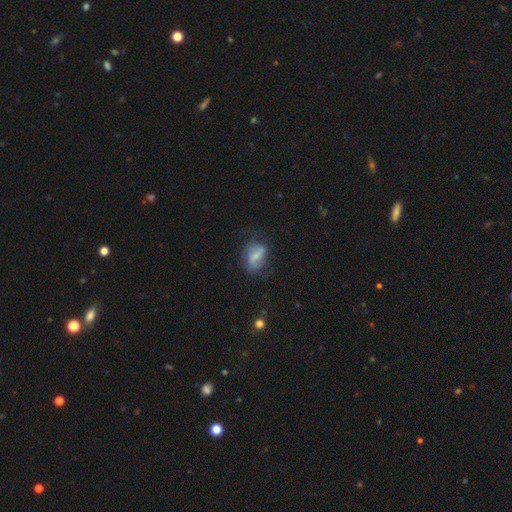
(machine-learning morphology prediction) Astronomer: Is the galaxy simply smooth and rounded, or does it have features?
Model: featured or disk — 60%.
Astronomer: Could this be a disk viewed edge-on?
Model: no — 96%.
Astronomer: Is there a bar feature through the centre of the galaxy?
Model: weak — 46% (runner-up: strong, 30%).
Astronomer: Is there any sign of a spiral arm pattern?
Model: yes — 80%.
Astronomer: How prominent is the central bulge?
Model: small — 41% (runner-up: moderate, 35%).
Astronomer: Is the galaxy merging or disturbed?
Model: none — 57%.